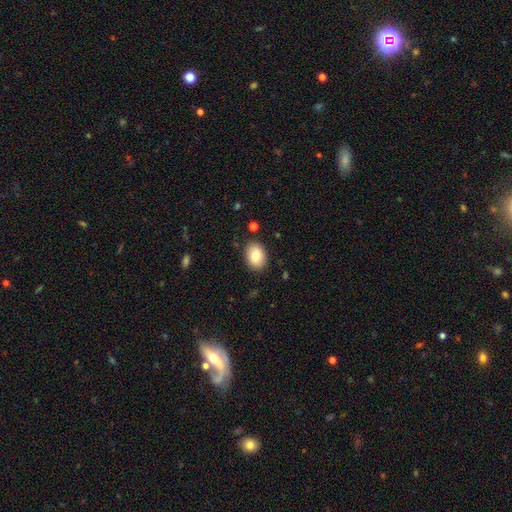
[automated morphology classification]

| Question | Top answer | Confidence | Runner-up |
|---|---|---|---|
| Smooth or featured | smooth | 82% | featured or disk (11%) |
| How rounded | in between | 75% | round (24%) |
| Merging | none | 87% | minor disturbance (9%) |